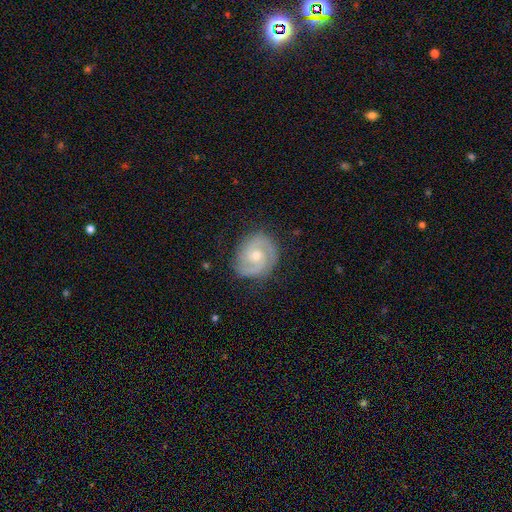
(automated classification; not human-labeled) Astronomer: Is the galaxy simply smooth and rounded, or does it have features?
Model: featured or disk — 84%.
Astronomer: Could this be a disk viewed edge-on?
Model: no — 98%.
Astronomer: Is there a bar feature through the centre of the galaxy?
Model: no — 62%.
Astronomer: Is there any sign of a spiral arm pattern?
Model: yes — 96%.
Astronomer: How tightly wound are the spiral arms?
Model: tight — 52% (runner-up: medium, 40%).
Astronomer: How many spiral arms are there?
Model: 2 — 82%.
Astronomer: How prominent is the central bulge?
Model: moderate — 57% (runner-up: small, 39%).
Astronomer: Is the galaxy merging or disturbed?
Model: none — 81%.